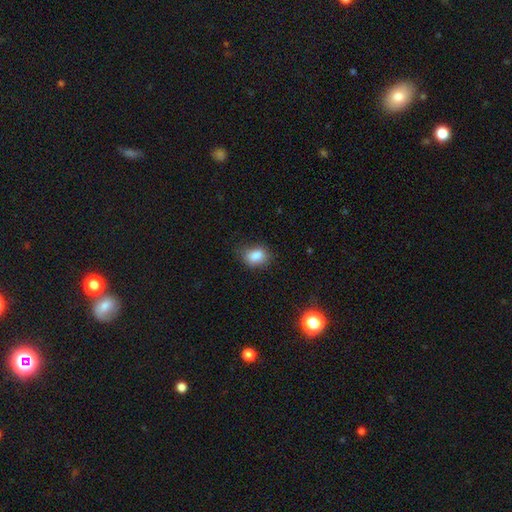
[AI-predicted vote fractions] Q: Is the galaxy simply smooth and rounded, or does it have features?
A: smooth — 85%.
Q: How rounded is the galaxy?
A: in between — 70%.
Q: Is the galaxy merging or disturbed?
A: none — 69%.